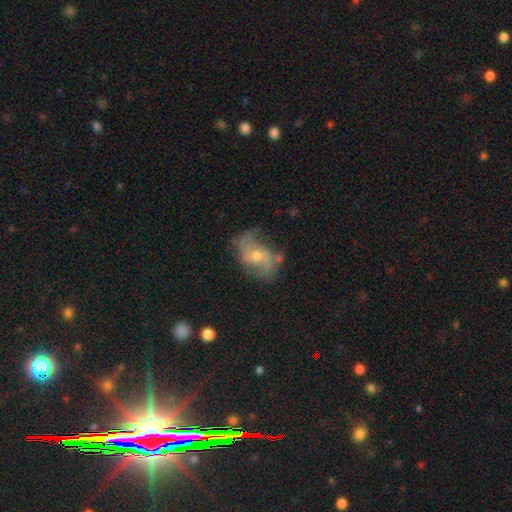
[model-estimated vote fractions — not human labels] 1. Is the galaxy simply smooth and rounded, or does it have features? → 74% featured or disk, 17% smooth, 9% star or artifact.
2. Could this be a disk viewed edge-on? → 96% no, 4% yes.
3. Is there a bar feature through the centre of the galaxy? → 58% no, 34% weak, 8% strong.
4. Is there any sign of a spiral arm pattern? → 89% yes, 11% no.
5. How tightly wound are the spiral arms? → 44% loose, 40% medium, 16% tight.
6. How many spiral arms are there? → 81% 2, 9% can't tell, 4% 1, 3% 3, 1% 4, 1% more than 4.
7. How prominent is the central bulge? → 49% moderate, 46% small, 2% large, 2% none, 1% dominant.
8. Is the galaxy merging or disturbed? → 60% none, 24% minor disturbance, 12% major disturbance, 3% merger.